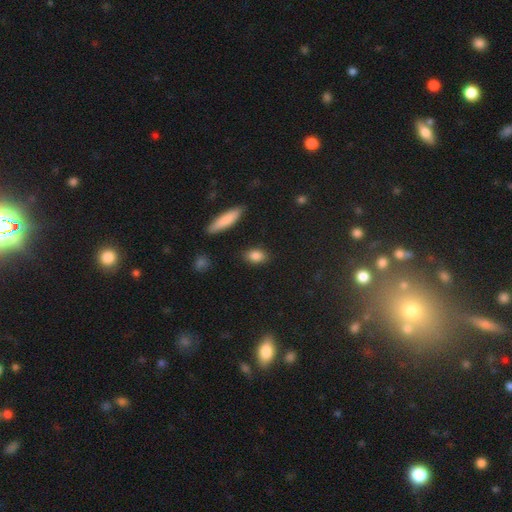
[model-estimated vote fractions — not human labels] smooth_or_featured: smooth (p=0.86) [alt: star or artifact p=0.09]
how_rounded: in between (p=0.82) [alt: round p=0.13]
merging: none (p=0.86) [alt: minor disturbance p=0.10]